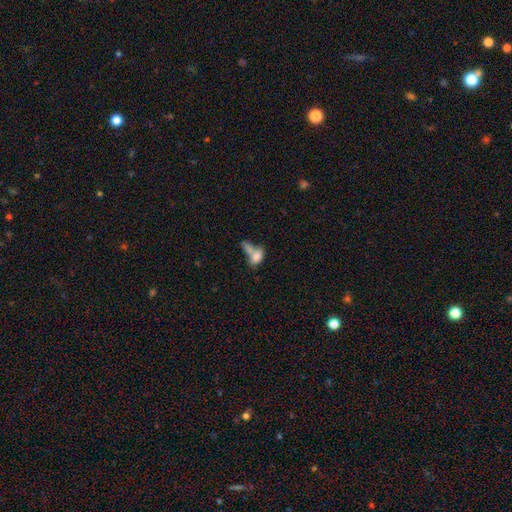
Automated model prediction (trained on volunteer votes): A smooth galaxy with no disk features (76%) that is in between round and cigar-shaped (85%).

Vote fractions:
- Smooth or featured? smooth: 76% / featured or disk: 15% / star or artifact: 9%
- How rounded? in between: 85% / round: 10% / cigar-shaped: 5%
- Merging? merger: 61% / none: 19% / major disturbance: 10% / minor disturbance: 10%